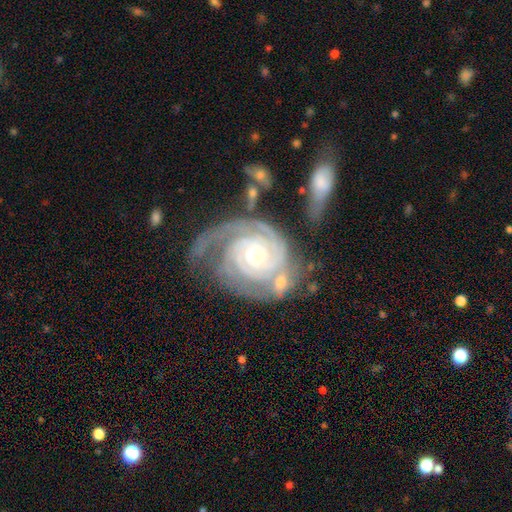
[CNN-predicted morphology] type=featured or disk (91%); edge-on=no (97%); bar=no (71%); spiral arms=yes (98%); winding=tight (82%); arm count=3 (31%); bulge=small (49%); merging=none (47%).